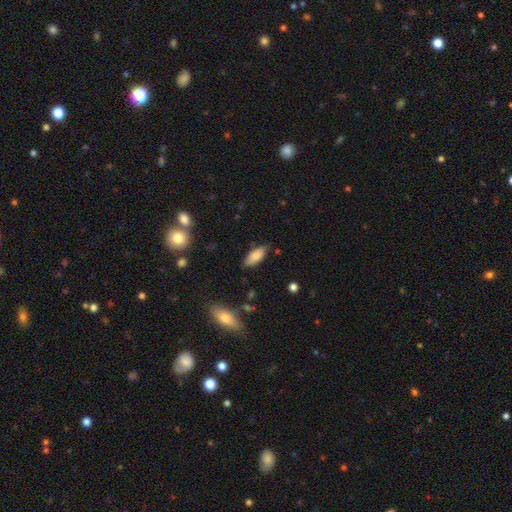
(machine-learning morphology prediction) Smooth or featured? Predicted: smooth (p=0.81). How rounded? Predicted: in between (p=0.77). Merging? Predicted: none (p=0.78).